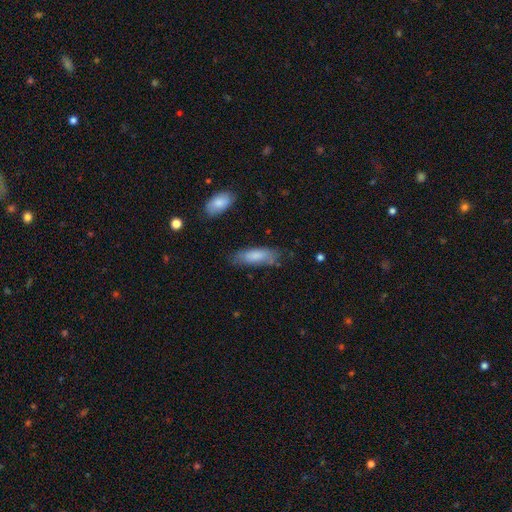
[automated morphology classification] smooth-or-featured: smooth: 78% | featured or disk: 16% | star or artifact: 6%
  how-rounded: in between: 58% | cigar-shaped: 40% | round: 2%
  merging: none: 68% | minor disturbance: 22% | major disturbance: 6% | merger: 3%